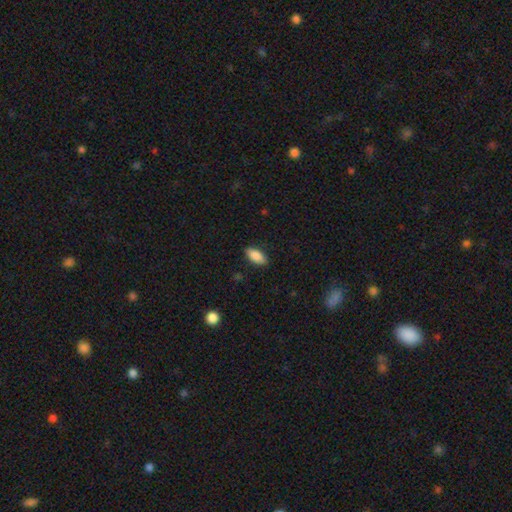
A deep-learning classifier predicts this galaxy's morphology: smooth_or_featured: smooth (p=0.87) [alt: featured or disk p=0.07]
how_rounded: in between (p=0.88) [alt: cigar-shaped p=0.10]
merging: none (p=0.87) [alt: minor disturbance p=0.09]